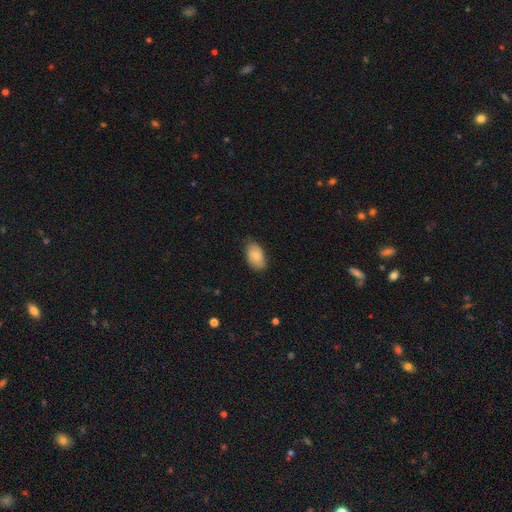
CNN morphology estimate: Overall: smooth (75%). How rounded: in between (92%). Merging: none (77%).